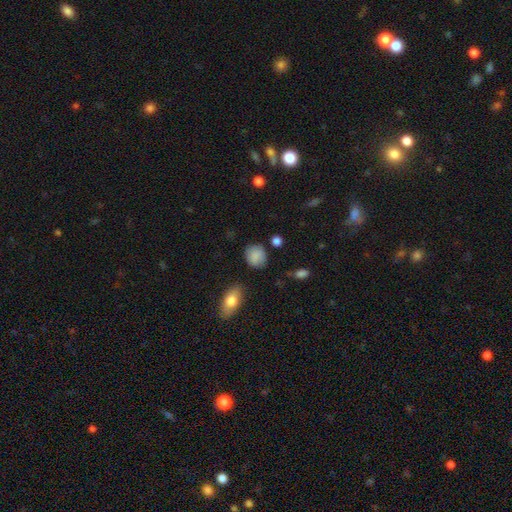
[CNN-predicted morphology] Q: Smooth or featured?
A: smooth (84%); runner-up: star or artifact (8%)
Q: How rounded?
A: round (70%); runner-up: in between (28%)
Q: Merging?
A: none (76%); runner-up: minor disturbance (17%)